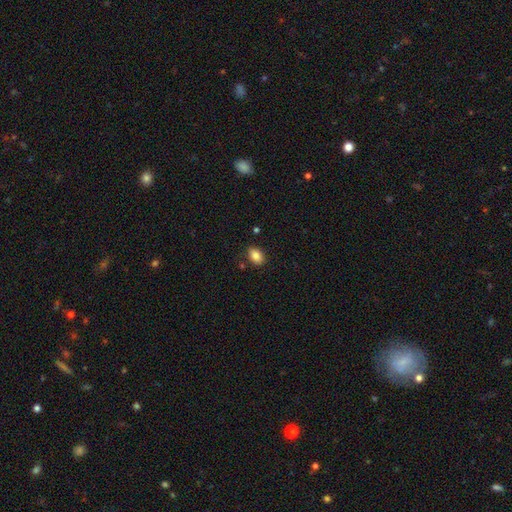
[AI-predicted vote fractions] Smooth or featured? Predicted: smooth (p=0.85). How rounded? Predicted: in between (p=0.83). Merging? Predicted: none (p=0.85).